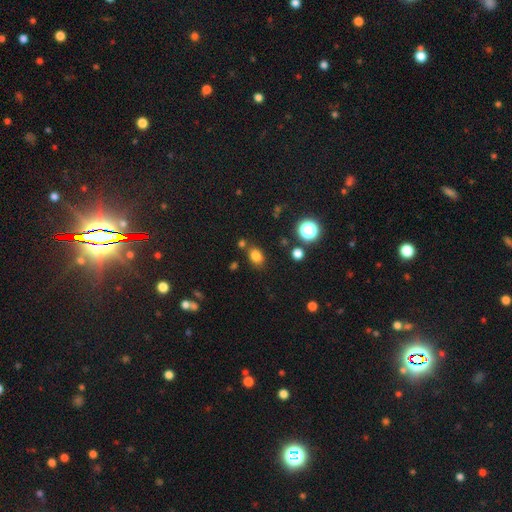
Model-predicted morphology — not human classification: The model was most divided on "how rounded": in between: 61%, round: 38%, cigar-shaped: 1%. More confident: smooth or featured — smooth (78%); merging — none (76%).